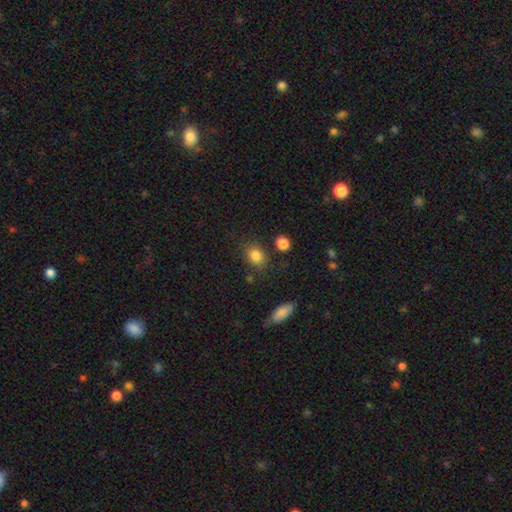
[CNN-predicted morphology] This is clearly a smooth galaxy (84%). How rounded: possibly in between (54%). Merging: likely none (77%).